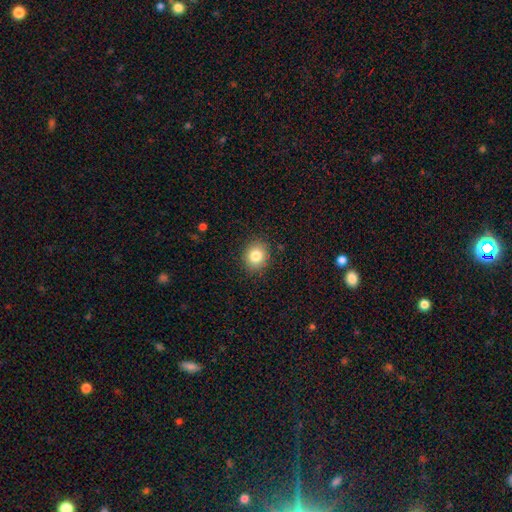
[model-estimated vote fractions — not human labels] Q: Smooth or featured?
A: smooth (83%); runner-up: star or artifact (10%)
Q: How rounded?
A: round (74%); runner-up: in between (25%)
Q: Merging?
A: none (89%); runner-up: minor disturbance (8%)